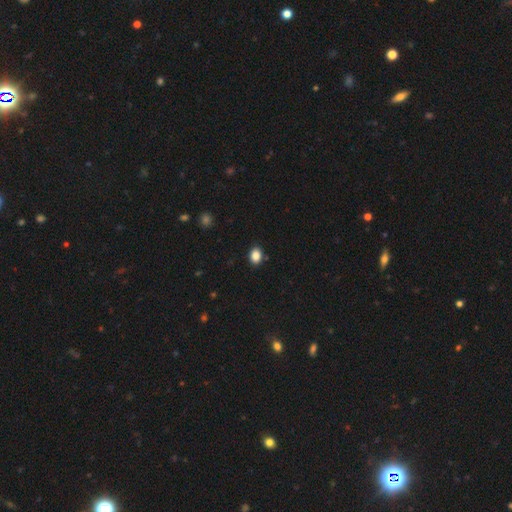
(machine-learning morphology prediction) A smooth galaxy with no disk features (86%) that is in between round and cigar-shaped (60%).

Vote fractions:
- Smooth or featured? smooth: 86% / star or artifact: 10% / featured or disk: 4%
- How rounded? in between: 60% / round: 39% / cigar-shaped: 1%
- Merging? none: 88% / minor disturbance: 8% / major disturbance: 2% / merger: 2%